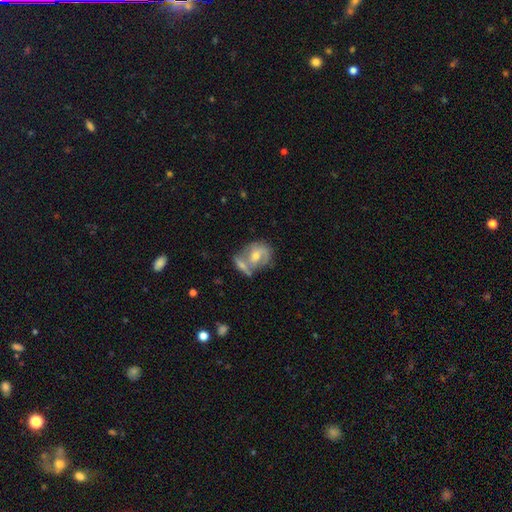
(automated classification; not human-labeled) This appears to be a featured or disk galaxy (55%) with no bar (51%), spiral arms (64%) and a moderate central bulge (62%). Merging: merger (44%).